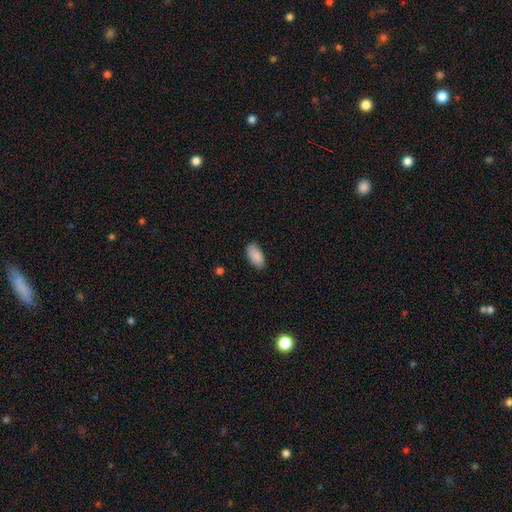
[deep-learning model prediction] Smooth or featured? Predicted: smooth (p=0.90). How rounded? Predicted: in between (p=0.94). Merging? Predicted: none (p=0.86).